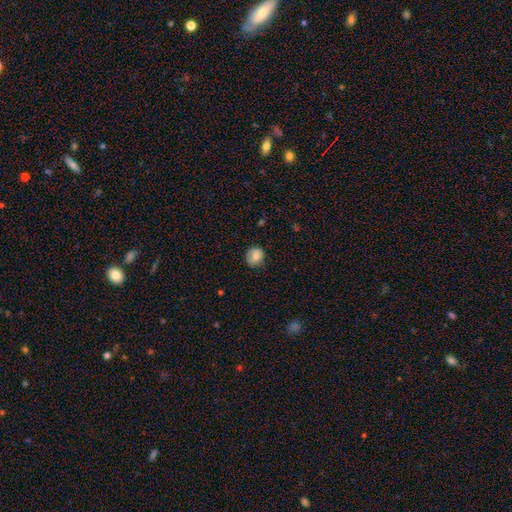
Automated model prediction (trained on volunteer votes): Smooth or featured: smooth — 80% (featured or disk — 11%)
How rounded: round — 79% (in between — 20%)
Merging: none — 72% (minor disturbance — 21%)